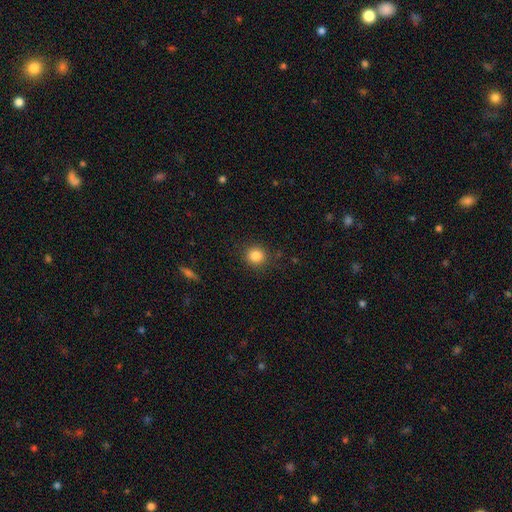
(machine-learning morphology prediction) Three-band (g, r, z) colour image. It shows a smooth galaxy with no disk features (84%) that is round (89%). Merging: none (89%).